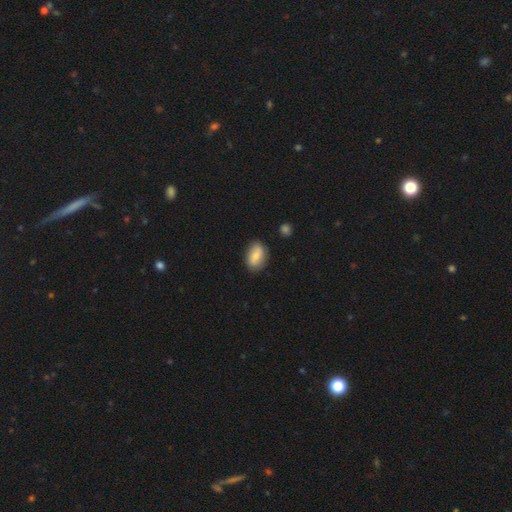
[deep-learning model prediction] A smooth galaxy with no disk features (75%) that is in between round and cigar-shaped (86%). Merging: none (79%).